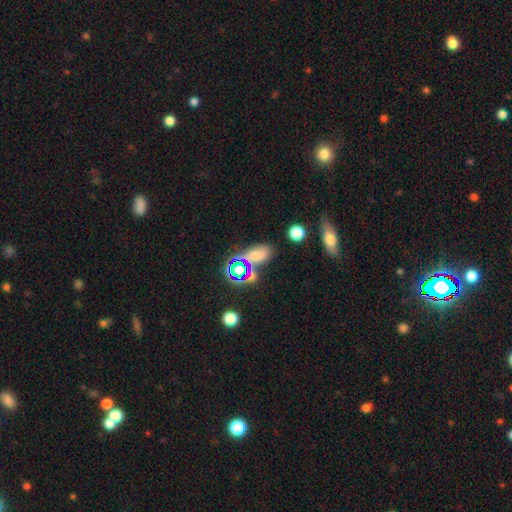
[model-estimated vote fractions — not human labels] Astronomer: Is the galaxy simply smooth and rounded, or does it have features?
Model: smooth — 55% (runner-up: star or artifact, 32%).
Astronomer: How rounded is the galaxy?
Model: in between — 81%.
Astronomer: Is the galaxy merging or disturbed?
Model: none — 54%.